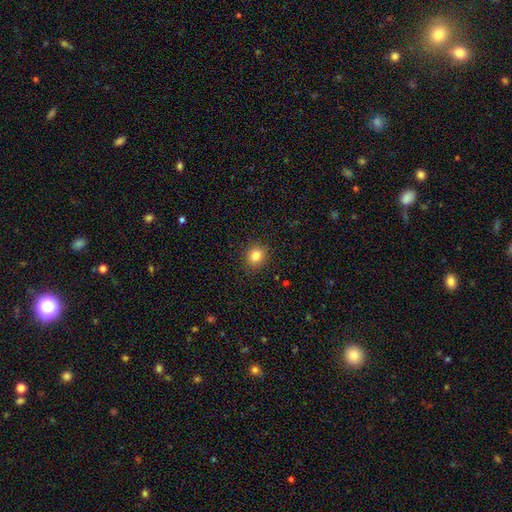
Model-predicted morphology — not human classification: Smooth or featured: smooth — 83% (star or artifact — 11%)
How rounded: round — 79% (in between — 20%)
Merging: none — 90% (minor disturbance — 7%)